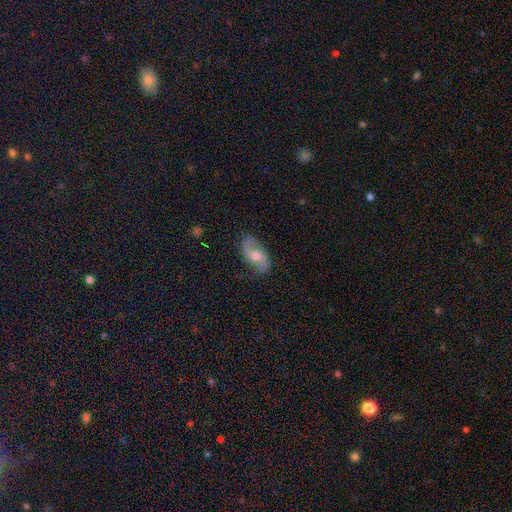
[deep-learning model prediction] Overall: featured or disk (76%). Edge-on disk: no (95%). Bar: no (57%; weak 35%). Spiral arms: yes (93%). Spiral arm count: 2 (92%). Spiral winding: loose (55%; medium 34%). Bulge size: moderate (69%). Merging: none (80%).